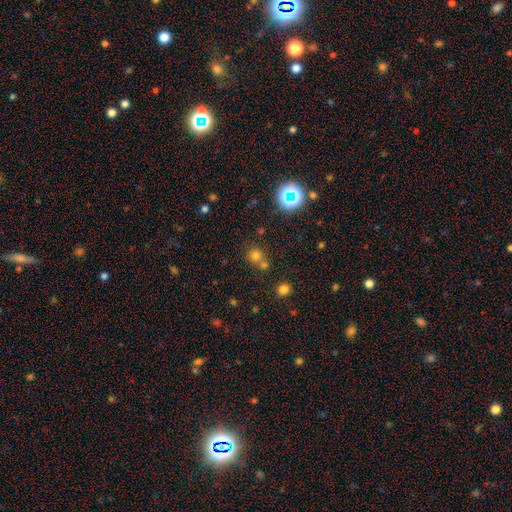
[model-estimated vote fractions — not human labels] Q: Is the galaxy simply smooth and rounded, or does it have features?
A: smooth — 68%.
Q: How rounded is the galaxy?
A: round — 86%.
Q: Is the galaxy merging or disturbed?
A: none — 54%.